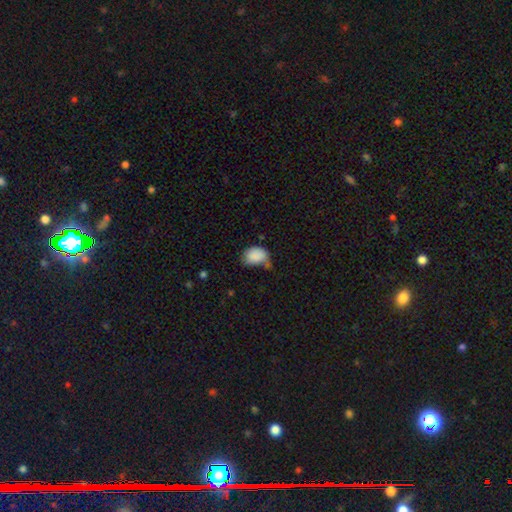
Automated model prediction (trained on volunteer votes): Smooth or featured?
  - smooth: 85% *
  - star or artifact: 8%
  - featured or disk: 7%
How rounded?
  - in between: 72% *
  - round: 27%
  - cigar-shaped: 1%
Merging?
  - minor disturbance: 38% *
  - none: 37%
  - major disturbance: 16%
  - merger: 9%